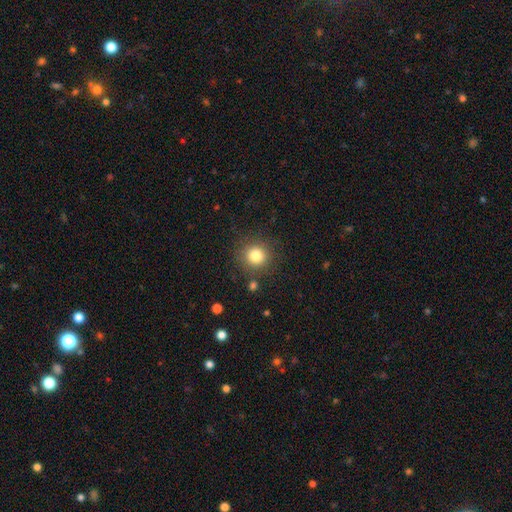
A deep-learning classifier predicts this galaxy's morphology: Smooth or featured: smooth — 82% (star or artifact — 12%)
How rounded: round — 92% (in between — 7%)
Merging: none — 86% (minor disturbance — 8%)